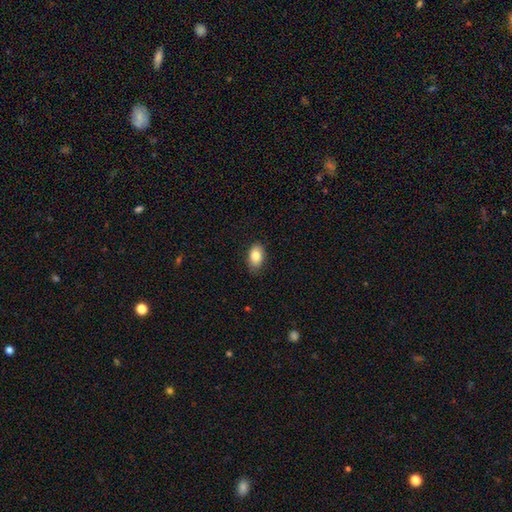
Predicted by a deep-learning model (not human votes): Q: Smooth or featured?
A: smooth (83%); runner-up: featured or disk (9%)
Q: How rounded?
A: in between (88%); runner-up: round (11%)
Q: Merging?
A: none (83%); runner-up: minor disturbance (13%)